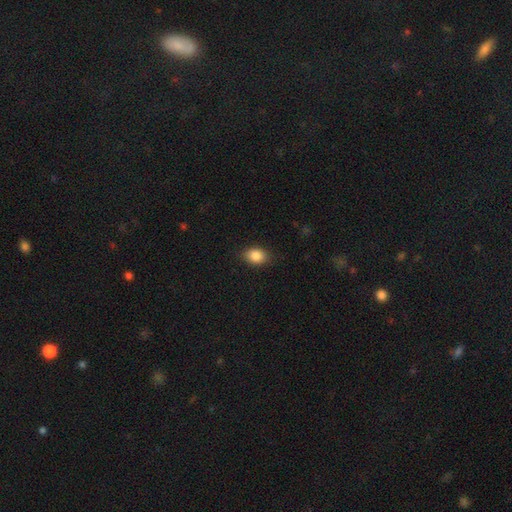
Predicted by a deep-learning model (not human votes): smooth_or_featured: smooth (p=0.86) [alt: star or artifact p=0.08]
how_rounded: in between (p=0.69) [alt: round p=0.30]
merging: none (p=0.84) [alt: minor disturbance p=0.12]